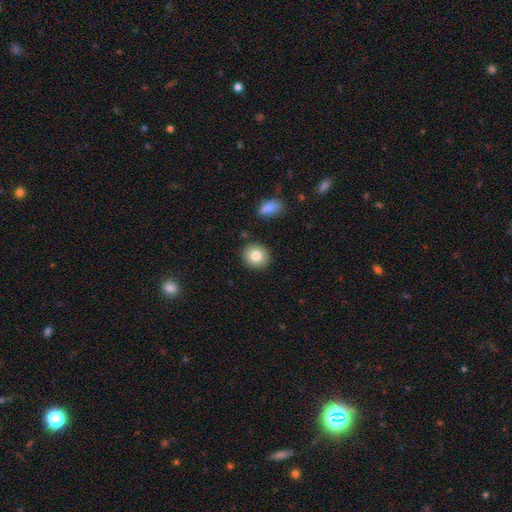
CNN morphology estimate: Smooth or featured? Predicted: smooth (p=0.82). How rounded? Predicted: round (p=0.83). Merging? Predicted: none (p=0.88).